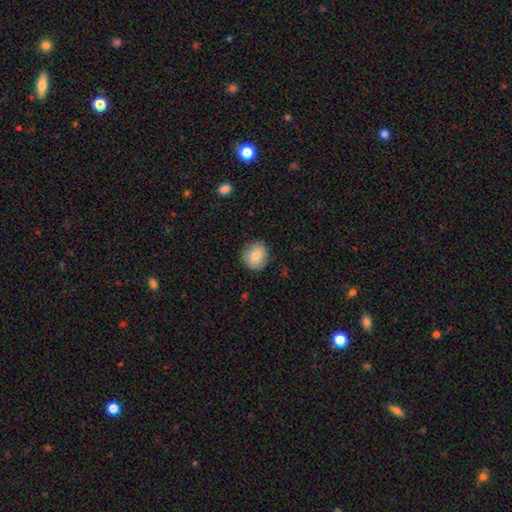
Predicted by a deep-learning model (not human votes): Morphology: type=smooth (80%); roundness=round (77%); merging=none (86%).